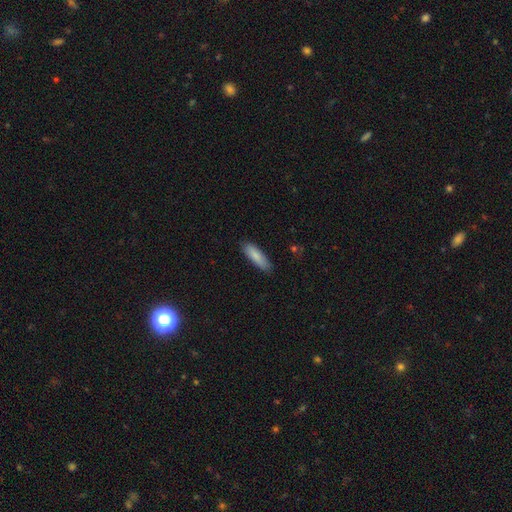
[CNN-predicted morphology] A smooth galaxy with no disk features (86%) that is cigar-shaped (57%). Merging: none (85%).